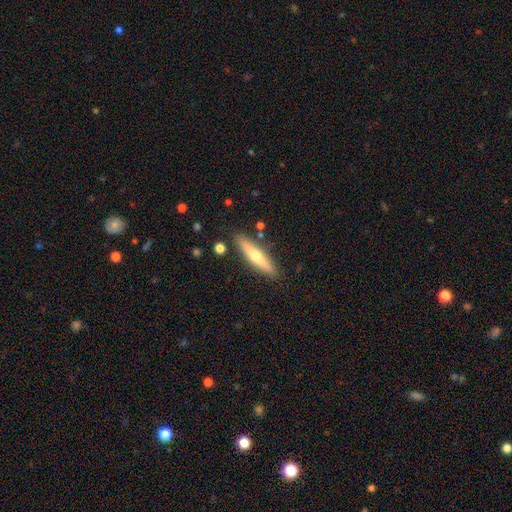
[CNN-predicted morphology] Q: Smooth or featured?
A: smooth (50%); runner-up: featured or disk (44%)
Q: Merging?
A: none (86%); runner-up: minor disturbance (9%)